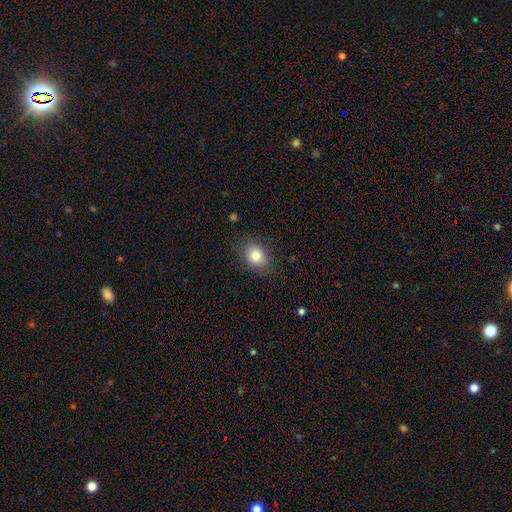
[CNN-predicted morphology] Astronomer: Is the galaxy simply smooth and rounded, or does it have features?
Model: smooth — 81%.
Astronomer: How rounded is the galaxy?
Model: in between — 65%.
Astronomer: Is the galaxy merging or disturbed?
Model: none — 81%.